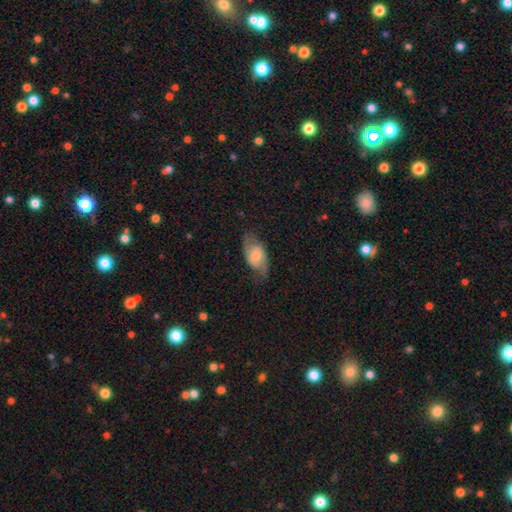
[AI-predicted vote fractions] Smooth or featured?
  - featured or disk: 59% *
  - smooth: 35%
  - star or artifact: 7%
Edge-on disk?
  - no: 92% *
  - yes: 8%
Bar?
  - no: 68% *
  - weak: 27%
  - strong: 5%
Spiral arms?
  - yes: 82% *
  - no: 18%
Bulge size?
  - moderate: 57% *
  - small: 29%
  - large: 10%
  - none: 3%
  - dominant: 2%
Merging?
  - none: 66% *
  - minor disturbance: 22%
  - major disturbance: 10%
  - merger: 1%